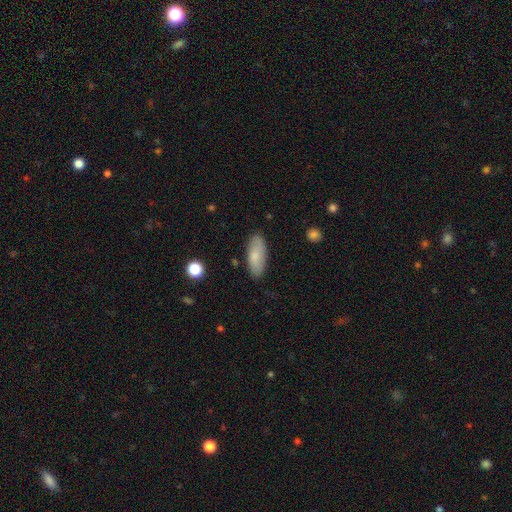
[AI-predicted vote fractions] smooth_or_featured: smooth (p=0.77) [alt: featured or disk p=0.17]
how_rounded: in between (p=0.79) [alt: cigar-shaped p=0.19]
merging: none (p=0.83) [alt: minor disturbance p=0.13]